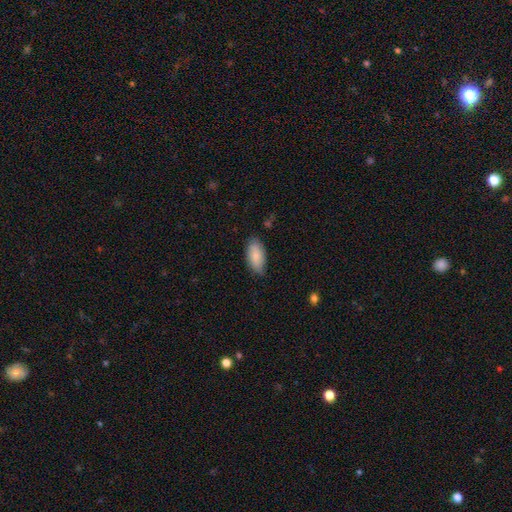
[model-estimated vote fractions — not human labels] smooth-or-featured: smooth: 82% | featured or disk: 12% | star or artifact: 6%
  how-rounded: in between: 92% | cigar-shaped: 6% | round: 2%
  merging: none: 73% | minor disturbance: 22% | major disturbance: 3% | merger: 1%